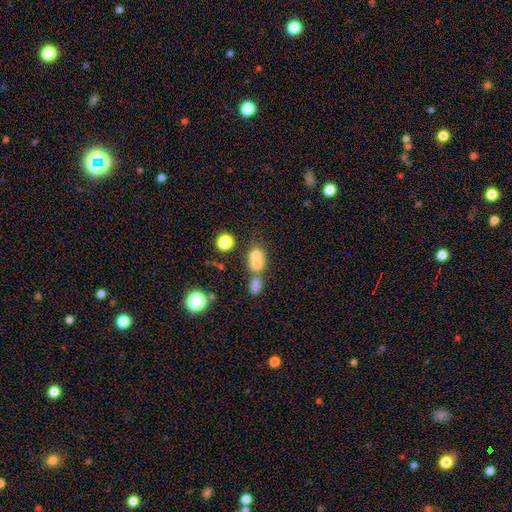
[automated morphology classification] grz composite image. It shows a smooth galaxy with no disk features (69%) that is round (56%). Merging: merger (63%).